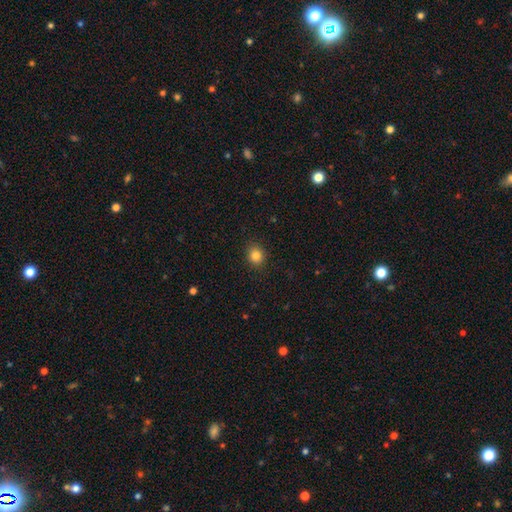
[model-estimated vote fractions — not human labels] Smooth or featured?
  - smooth: 83% *
  - star or artifact: 12%
  - featured or disk: 5%
How rounded?
  - round: 76% *
  - in between: 23%
  - cigar-shaped: 1%
Merging?
  - none: 90% *
  - minor disturbance: 7%
  - major disturbance: 2%
  - merger: 1%